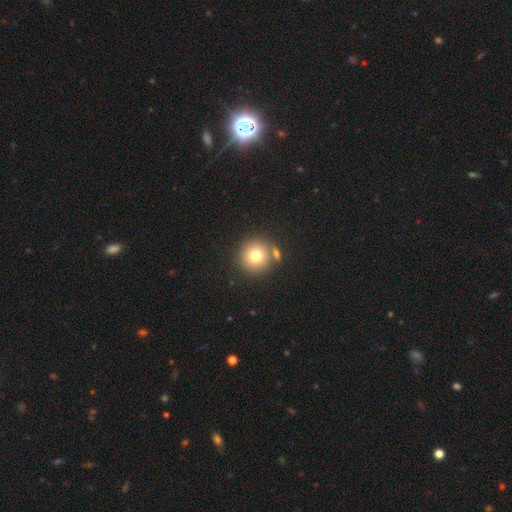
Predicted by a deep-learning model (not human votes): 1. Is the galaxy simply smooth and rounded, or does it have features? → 75% smooth, 13% star or artifact, 12% featured or disk.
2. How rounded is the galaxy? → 94% round, 5% in between, 1% cigar-shaped.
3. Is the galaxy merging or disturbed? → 76% none, 14% merger, 8% minor disturbance, 3% major disturbance.